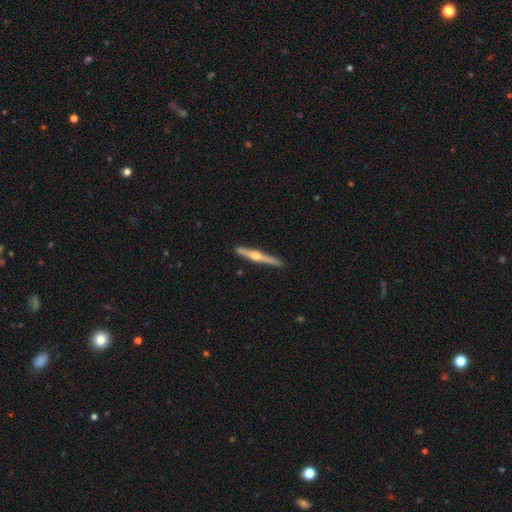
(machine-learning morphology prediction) smooth_or_featured: featured or disk (p=0.78) [alt: smooth p=0.18]
disk_edge_on: yes (p=0.98) [alt: no p=0.02]
edge_on_bulge: rounded (p=0.95) [alt: none p=0.03]
merging: none (p=0.91) [alt: minor disturbance p=0.06]